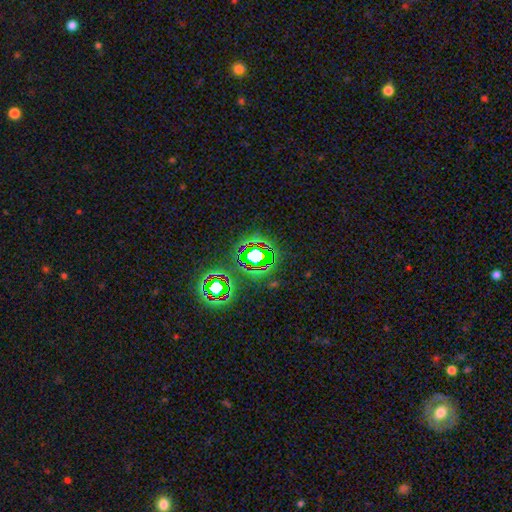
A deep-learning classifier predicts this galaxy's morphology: A star or artifact, not a galaxy (69%).

Vote fractions:
- Smooth or featured? star or artifact: 69% / smooth: 17% / featured or disk: 14%